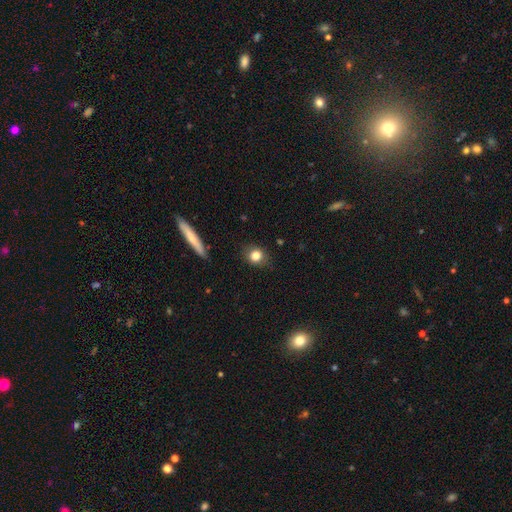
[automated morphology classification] smooth 81%, star or artifact 10%, featured or disk 9%. Down the decision tree: how rounded — round (71%); merging — none (82%).